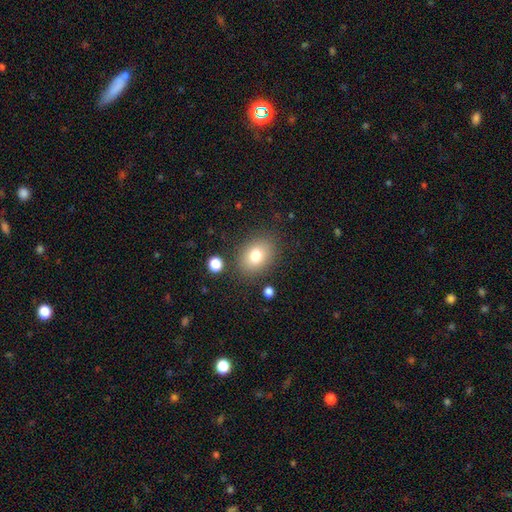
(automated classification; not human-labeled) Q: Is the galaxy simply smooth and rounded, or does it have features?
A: smooth — 78%.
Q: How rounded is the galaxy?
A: in between — 61%.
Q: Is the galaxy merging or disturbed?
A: none — 83%.